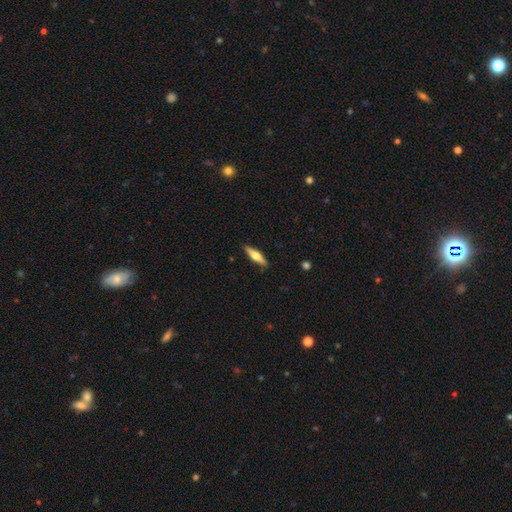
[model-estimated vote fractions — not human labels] Smooth or featured? featured or disk (48%)
Merging? none (88%)